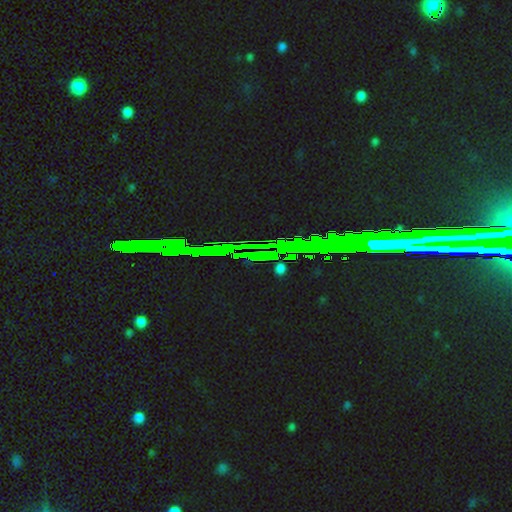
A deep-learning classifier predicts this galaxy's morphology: This is clearly a star or artifact rather than a galaxy (82%).